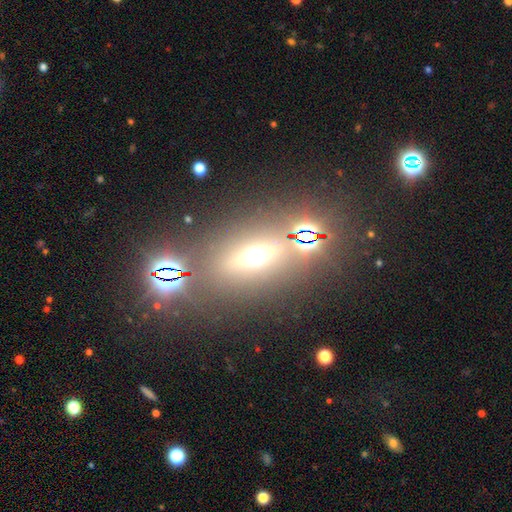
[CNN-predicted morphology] type=featured or disk (43%); merging=none (77%).